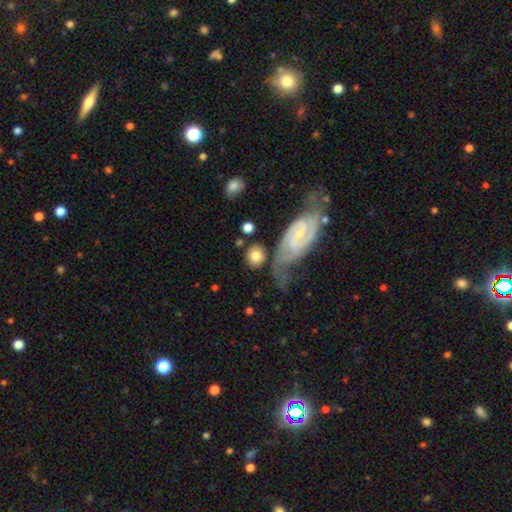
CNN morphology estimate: A smooth galaxy with no disk features (64%) that is round (65%). Merging: none (61%).